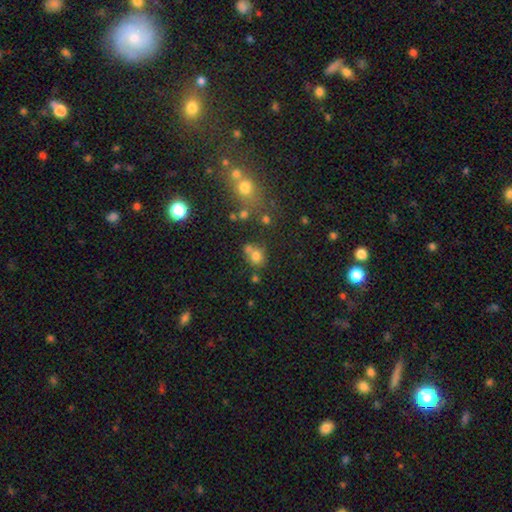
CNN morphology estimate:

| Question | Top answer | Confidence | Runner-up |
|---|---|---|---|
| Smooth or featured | smooth | 73% | star or artifact (16%) |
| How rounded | round | 71% | in between (27%) |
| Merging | none | 48% | merger (33%) |